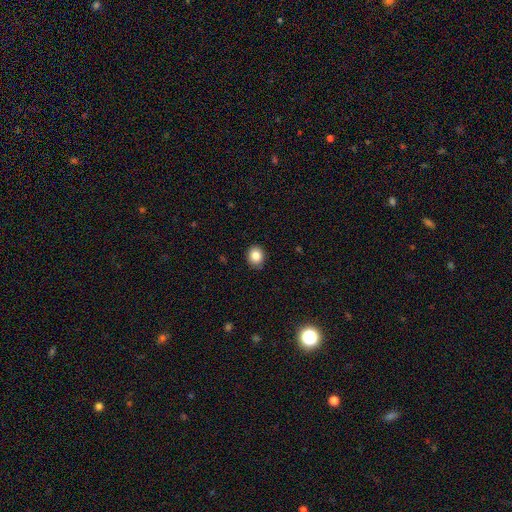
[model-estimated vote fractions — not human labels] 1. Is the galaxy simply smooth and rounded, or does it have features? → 84% smooth, 9% star or artifact, 6% featured or disk.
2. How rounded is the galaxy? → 64% round, 36% in between, 1% cigar-shaped.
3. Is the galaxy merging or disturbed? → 88% none, 9% minor disturbance, 2% major disturbance, 1% merger.